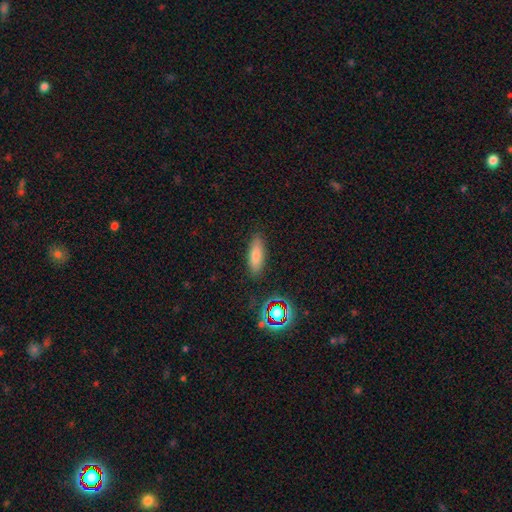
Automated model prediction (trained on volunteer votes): The model was most divided on "how rounded": in between: 53%, cigar-shaped: 43%, round: 3%. More confident: merging — none (86%); smooth or featured — smooth (72%).